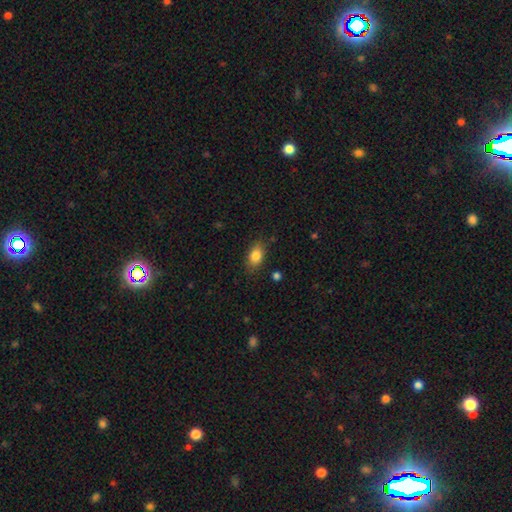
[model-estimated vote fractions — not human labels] A smooth galaxy with no disk features (84%) that is in between round and cigar-shaped (86%).

Vote fractions:
- Smooth or featured? smooth: 84% / star or artifact: 8% / featured or disk: 8%
- How rounded? in between: 86% / round: 11% / cigar-shaped: 3%
- Merging? none: 83% / minor disturbance: 13% / major disturbance: 3% / merger: 2%